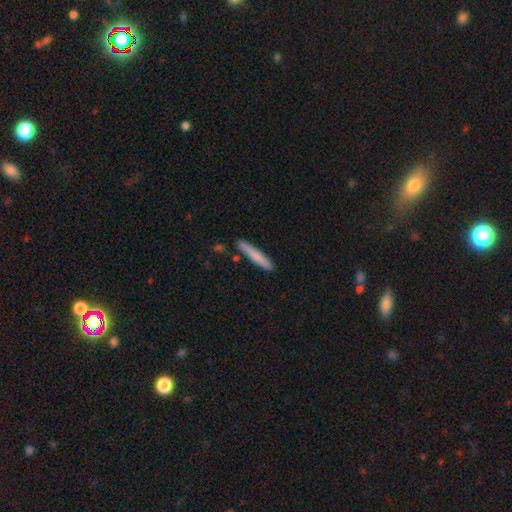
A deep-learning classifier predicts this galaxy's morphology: Overall: smooth (75%). How rounded: cigar-shaped (94%). Merging: none (85%).